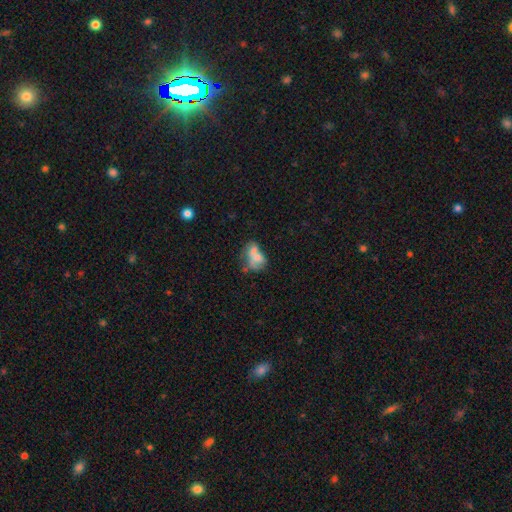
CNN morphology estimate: Smooth or featured: smooth — 57% (featured or disk — 32%)
How rounded: in between — 72% (round — 26%)
Merging: merger — 52% (none — 21%)